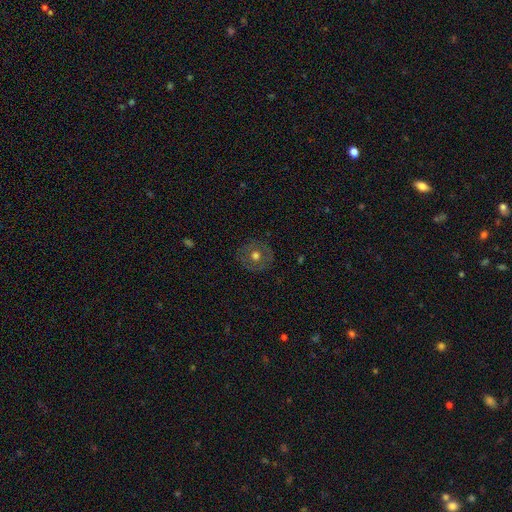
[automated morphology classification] Smooth or featured? smooth (53%)
How rounded? round (89%)
Merging? none (84%)